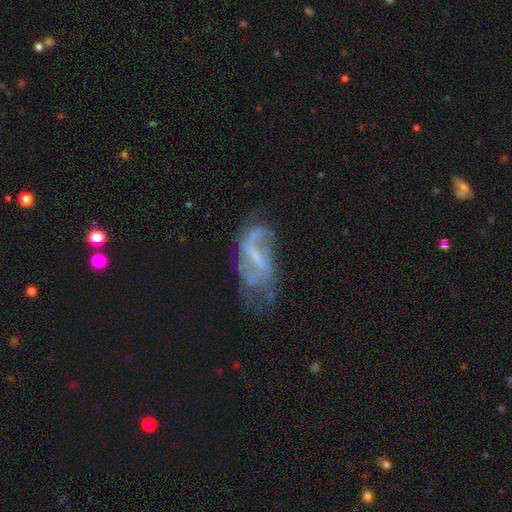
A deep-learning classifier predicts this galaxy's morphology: Smooth or featured: featured or disk — 72% (smooth — 18%)
Edge-on disk: no — 93% (yes — 7%)
Bar: weak — 43% (strong — 31%)
Spiral arms: yes — 53% (no — 47%)
Bulge size: small — 48% (none — 29%)
Merging: none — 38% (major disturbance — 31%)